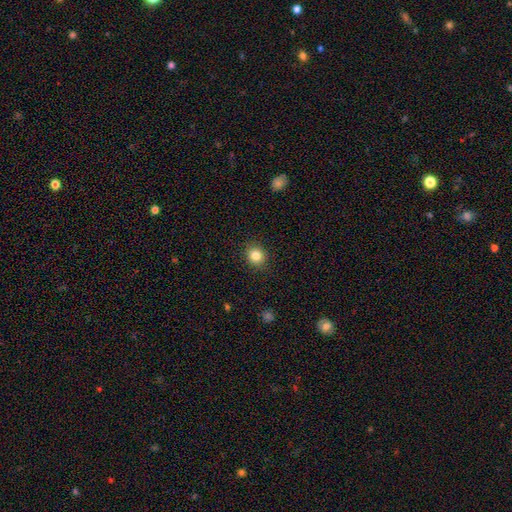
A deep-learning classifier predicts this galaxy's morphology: type=smooth (83%); roundness=round (82%); merging=none (90%).